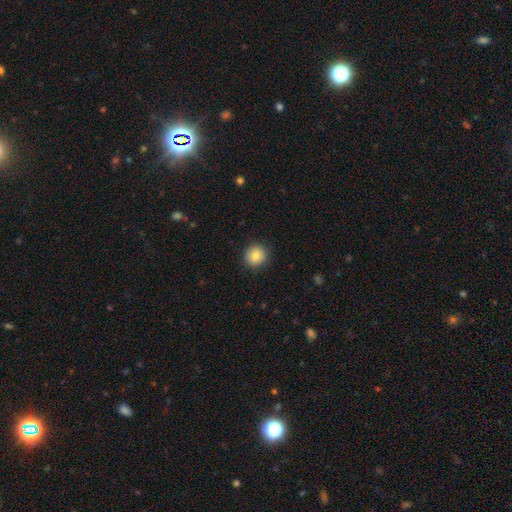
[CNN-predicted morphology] type=smooth (83%); roundness=round (91%); merging=none (90%).